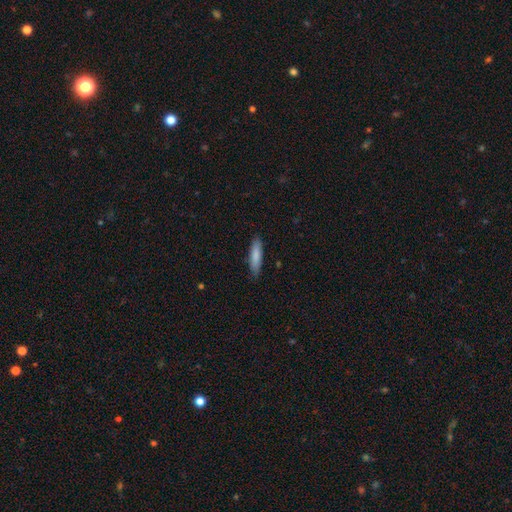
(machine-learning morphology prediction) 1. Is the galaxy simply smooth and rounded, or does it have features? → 83% smooth, 11% featured or disk, 6% star or artifact.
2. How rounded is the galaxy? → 71% cigar-shaped, 28% in between, 1% round.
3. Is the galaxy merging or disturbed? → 85% none, 12% minor disturbance, 2% major disturbance, 1% merger.